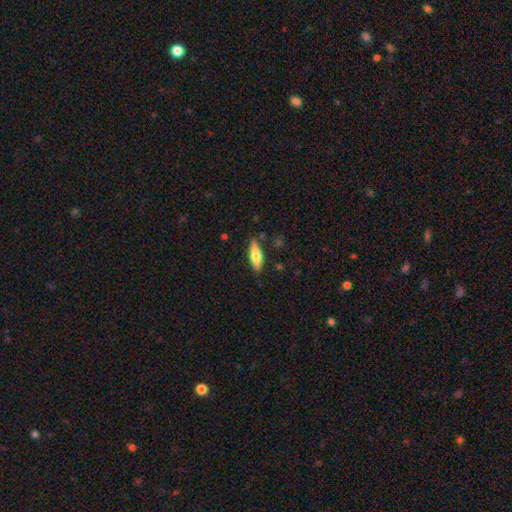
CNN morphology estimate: smooth_or_featured: smooth (p=0.65) [alt: featured or disk p=0.29]
how_rounded: cigar-shaped (p=0.53) [alt: in between p=0.45]
merging: none (p=0.83) [alt: minor disturbance p=0.12]